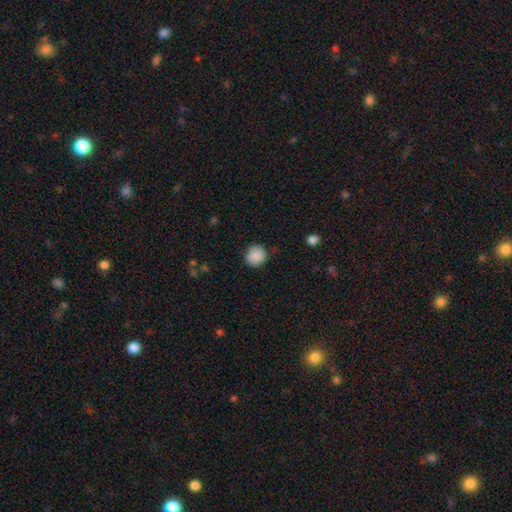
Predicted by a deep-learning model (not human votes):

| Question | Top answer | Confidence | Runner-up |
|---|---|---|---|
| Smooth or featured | smooth | 89% | star or artifact (8%) |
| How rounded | round | 88% | in between (11%) |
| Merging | none | 85% | minor disturbance (11%) |